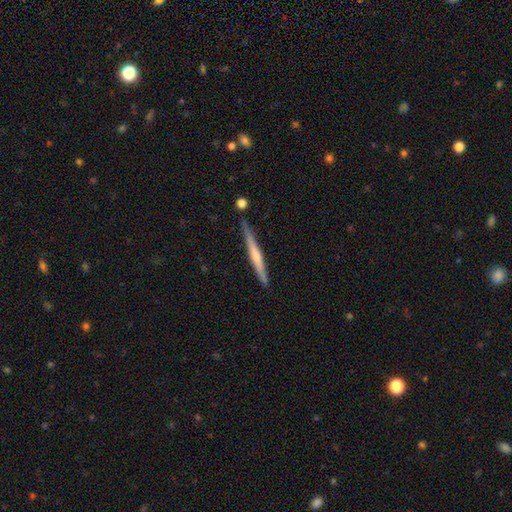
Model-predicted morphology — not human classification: This is likely a featured or disk galaxy (69%). It is clearly viewed edge-on (98%). Edge-on bulge: likely rounded (69%). Merging: clearly none (88%).